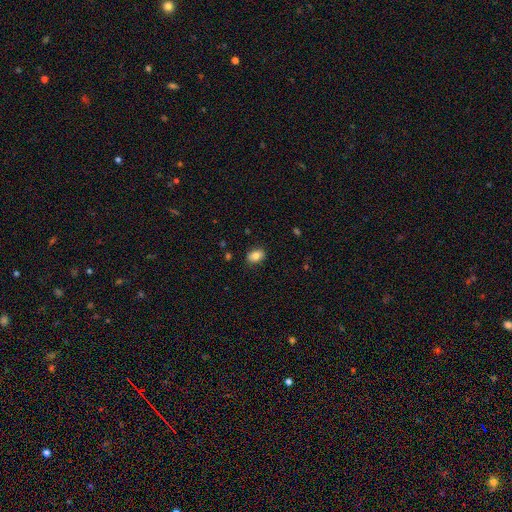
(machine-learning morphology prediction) Smooth or featured?
  - smooth: 82% *
  - featured or disk: 10%
  - star or artifact: 8%
How rounded?
  - in between: 81% *
  - round: 18%
  - cigar-shaped: 1%
Merging?
  - none: 87% *
  - minor disturbance: 10%
  - major disturbance: 2%
  - merger: 1%